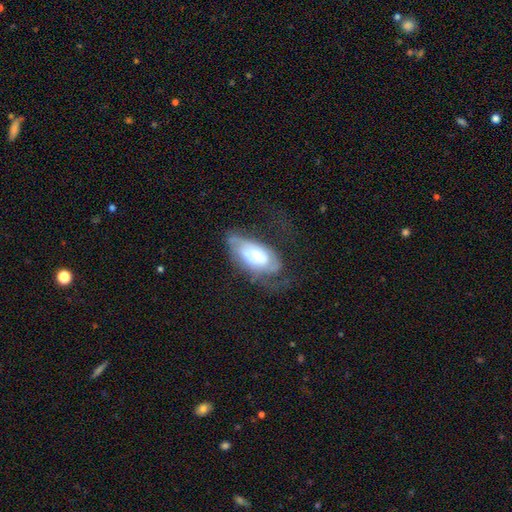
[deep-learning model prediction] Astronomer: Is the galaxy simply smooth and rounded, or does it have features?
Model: featured or disk — 60%.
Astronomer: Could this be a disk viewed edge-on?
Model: no — 91%.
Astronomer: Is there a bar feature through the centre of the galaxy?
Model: no — 65%.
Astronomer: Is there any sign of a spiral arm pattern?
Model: yes — 73%.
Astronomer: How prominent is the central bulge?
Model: small — 45% (runner-up: moderate, 37%).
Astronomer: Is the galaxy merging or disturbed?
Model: none — 39% (runner-up: major disturbance, 30%).